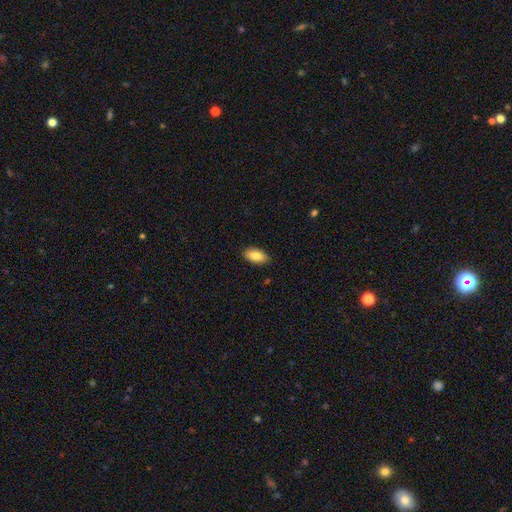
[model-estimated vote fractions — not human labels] A smooth galaxy with no disk features (86%) that is in between round and cigar-shaped (93%). Merging: none (89%).